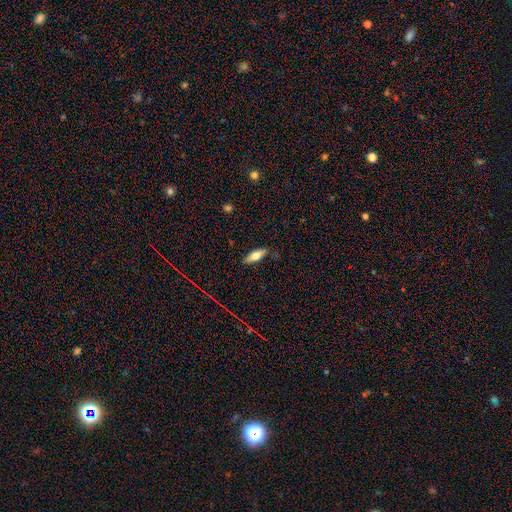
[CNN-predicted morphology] smooth 68%, featured or disk 25%, star or artifact 7%. Down the decision tree: how rounded — in between (67%); merging — none (82%).